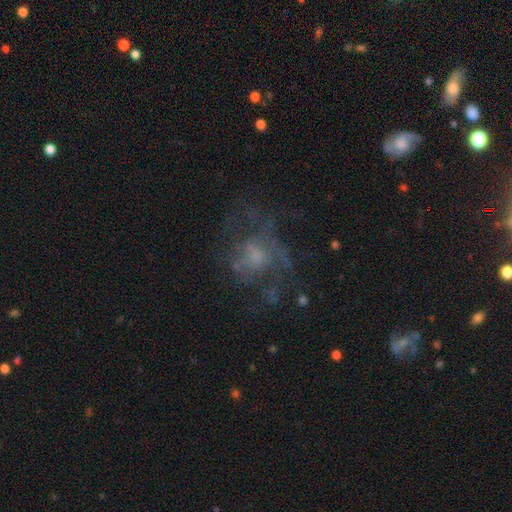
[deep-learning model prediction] smooth-or-featured: featured or disk: 53% | smooth: 28% | star or artifact: 19%
  disk-edge-on: no: 97% | yes: 3%
    bar: no: 80% | weak: 17% | strong: 3%
    has-spiral-arms: no: 60% | yes: 40%
    bulge-size: small: 35% | moderate: 34% | none: 23% | large: 6% | dominant: 2%
  merging: none: 48% | major disturbance: 33% | minor disturbance: 17% | merger: 3%